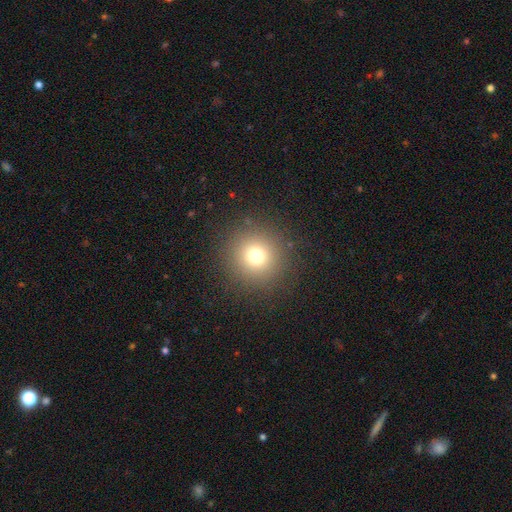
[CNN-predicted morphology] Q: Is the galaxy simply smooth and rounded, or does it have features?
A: smooth — 73%.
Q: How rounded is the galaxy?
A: round — 96%.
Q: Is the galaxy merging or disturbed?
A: none — 90%.